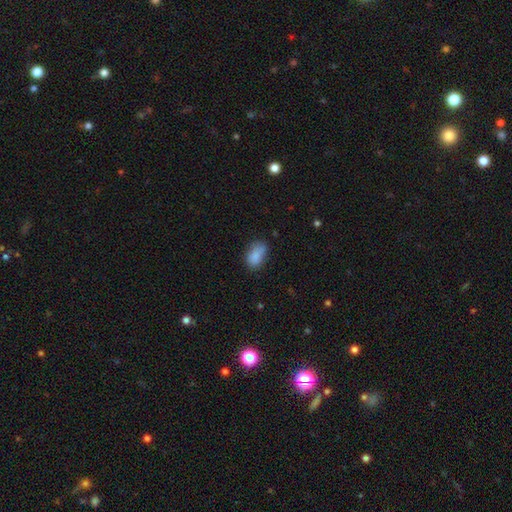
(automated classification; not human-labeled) Overall: smooth (84%). How rounded: in between (87%). Merging: none (57%; minor disturbance 30%).